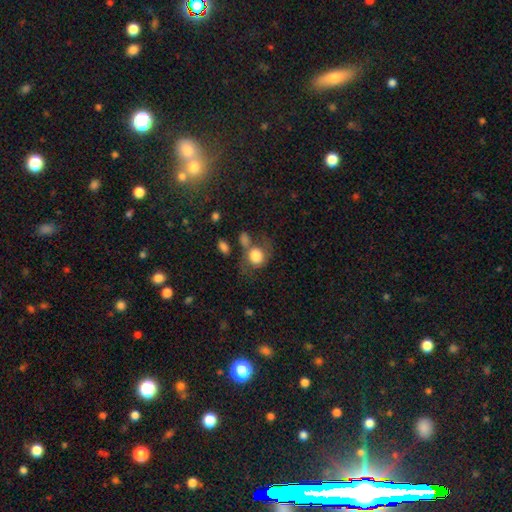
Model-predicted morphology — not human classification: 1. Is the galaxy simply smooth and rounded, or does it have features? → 68% smooth, 24% featured or disk, 8% star or artifact.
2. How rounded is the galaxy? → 65% round, 34% in between, 1% cigar-shaped.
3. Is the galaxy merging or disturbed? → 40% none, 22% minor disturbance, 20% major disturbance, 19% merger.